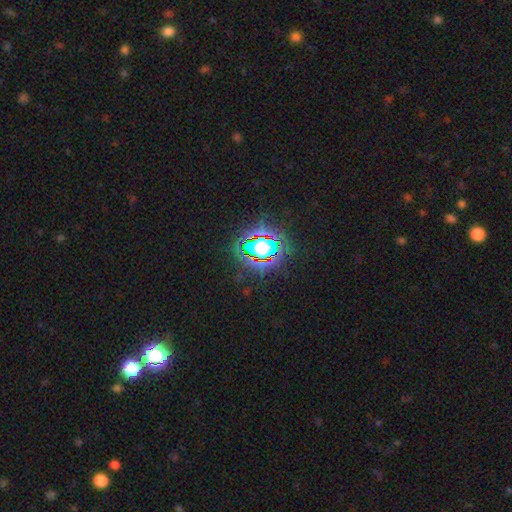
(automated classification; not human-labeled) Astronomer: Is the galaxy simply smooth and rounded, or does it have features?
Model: star or artifact — 79%.